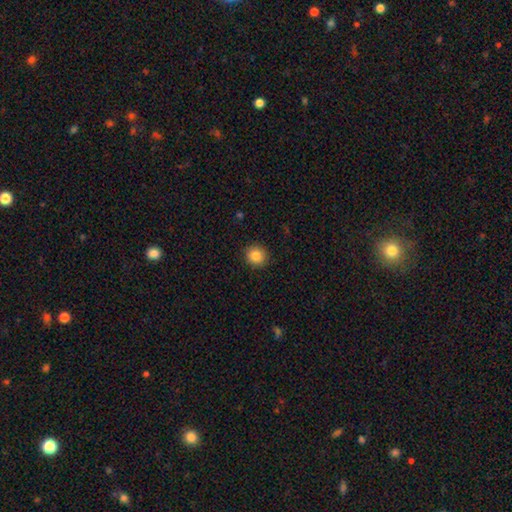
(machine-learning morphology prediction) Smooth or featured?
  - smooth: 84% *
  - star or artifact: 10%
  - featured or disk: 6%
How rounded?
  - round: 87% *
  - in between: 12%
  - cigar-shaped: 1%
Merging?
  - none: 91% *
  - minor disturbance: 6%
  - major disturbance: 2%
  - merger: 1%